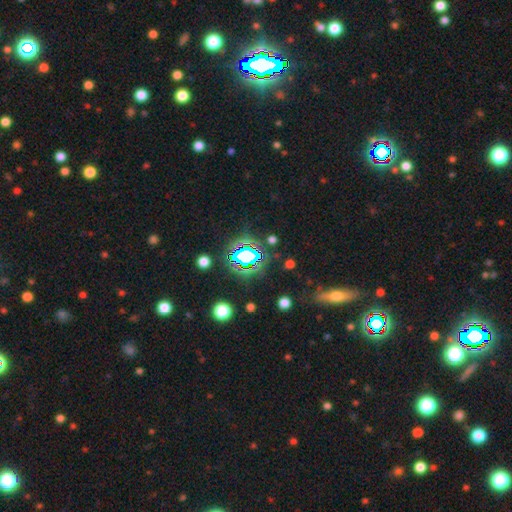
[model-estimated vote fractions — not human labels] Overall: star or artifact (69%).